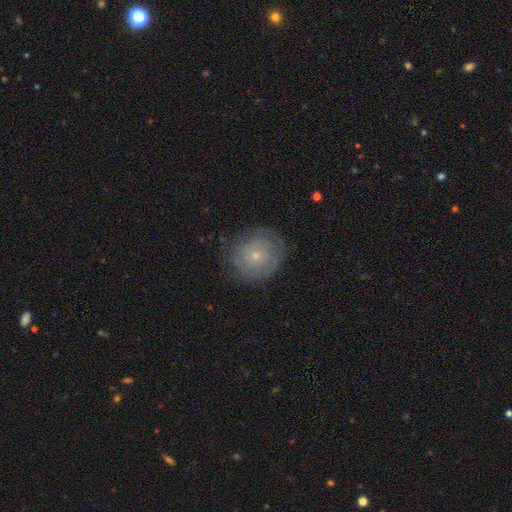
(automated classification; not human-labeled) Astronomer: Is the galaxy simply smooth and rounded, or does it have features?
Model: smooth — 55% (runner-up: featured or disk, 36%).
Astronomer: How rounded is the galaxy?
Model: round — 82%.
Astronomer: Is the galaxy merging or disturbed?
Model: none — 76%.